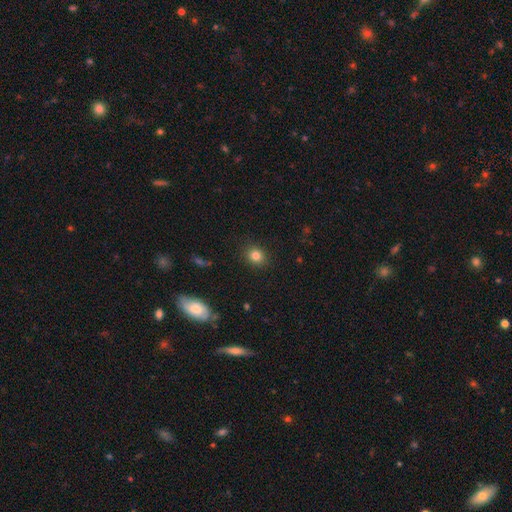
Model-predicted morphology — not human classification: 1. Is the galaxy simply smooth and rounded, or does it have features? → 82% smooth, 12% star or artifact, 6% featured or disk.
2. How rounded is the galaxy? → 71% round, 28% in between, 1% cigar-shaped.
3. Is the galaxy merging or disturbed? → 89% none, 8% minor disturbance, 2% major disturbance, 1% merger.